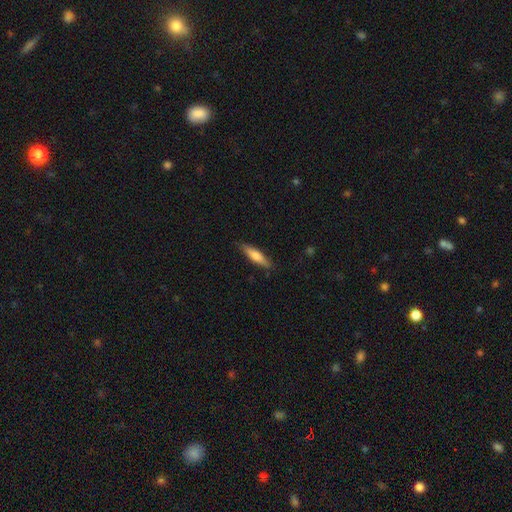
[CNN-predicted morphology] Q: Smooth or featured?
A: smooth (65%); runner-up: featured or disk (30%)
Q: How rounded?
A: cigar-shaped (76%); runner-up: in between (23%)
Q: Merging?
A: none (86%); runner-up: minor disturbance (11%)